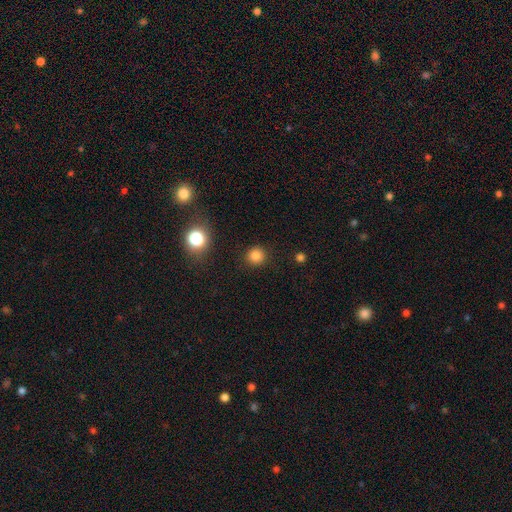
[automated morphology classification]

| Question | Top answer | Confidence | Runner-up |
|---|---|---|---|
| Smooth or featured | smooth | 83% | star or artifact (13%) |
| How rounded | round | 93% | in between (6%) |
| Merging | none | 90% | minor disturbance (6%) |